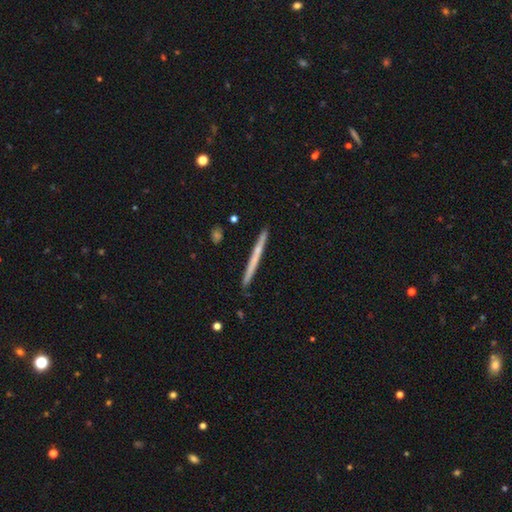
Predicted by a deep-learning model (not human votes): smooth_or_featured: featured or disk (p=0.49) [alt: smooth p=0.44]
merging: none (p=0.91) [alt: minor disturbance p=0.07]